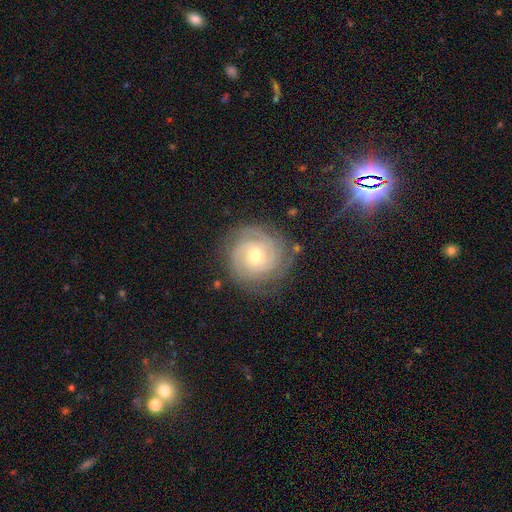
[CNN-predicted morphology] featured or disk 84%, smooth 9%, star or artifact 6%. Down the decision tree: edge-on disk — no (98%); bar — no (69%); spiral arms — yes (97%); spiral arm count — 3 (33%); spiral winding — tight (77%); bulge size — small (51%); merging — none (79%).